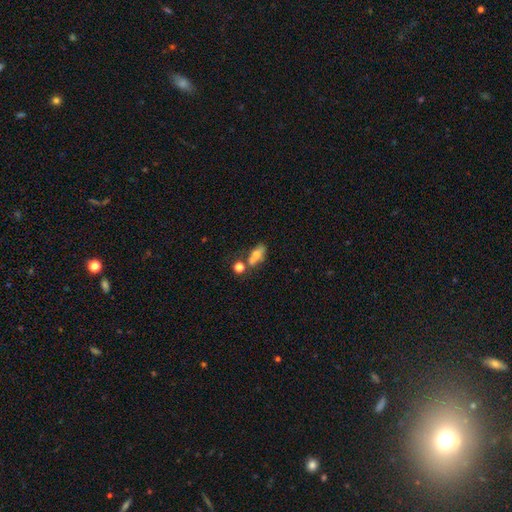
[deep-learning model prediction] Morphology: type=smooth (61%); roundness=in between (69%); merging=none (37%).